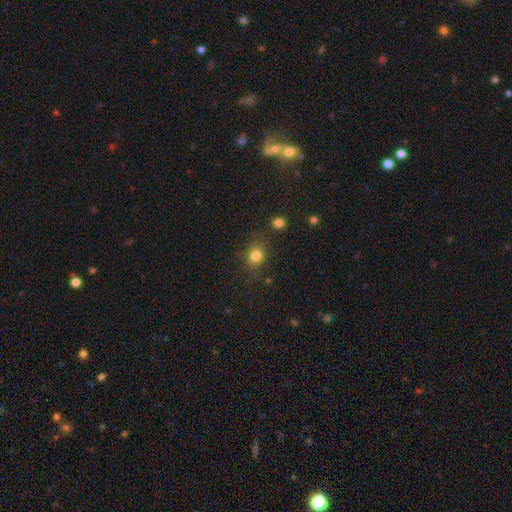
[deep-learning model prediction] The model was most divided on "how rounded": round: 53%, in between: 45%, cigar-shaped: 1%. More confident: smooth or featured — smooth (80%); merging — none (79%).